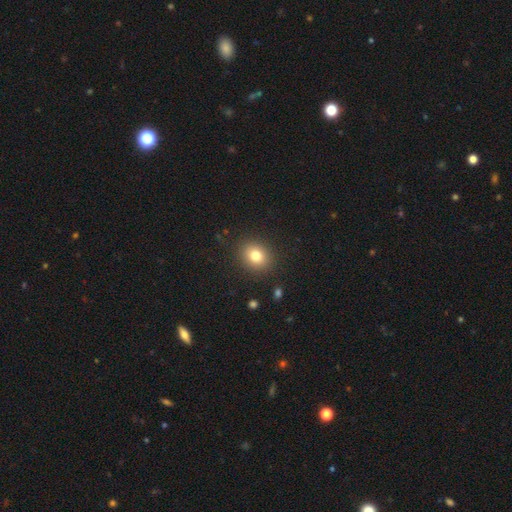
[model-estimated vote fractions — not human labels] Smooth or featured: smooth — 80% (star or artifact — 12%)
How rounded: round — 71% (in between — 28%)
Merging: none — 89% (minor disturbance — 7%)